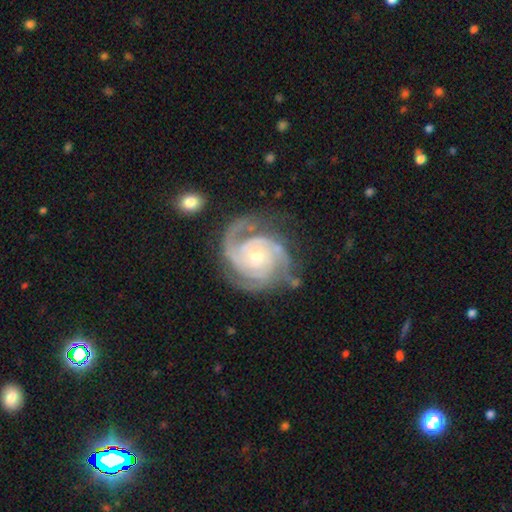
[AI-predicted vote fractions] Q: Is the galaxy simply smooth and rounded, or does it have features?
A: featured or disk — 93%.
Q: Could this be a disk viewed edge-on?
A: no — 98%.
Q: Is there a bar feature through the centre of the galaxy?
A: no — 69%.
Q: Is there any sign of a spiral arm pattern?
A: yes — 99%.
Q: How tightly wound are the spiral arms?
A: tight — 67%.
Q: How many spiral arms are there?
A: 3 — 45%.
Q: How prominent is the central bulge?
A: small — 52%.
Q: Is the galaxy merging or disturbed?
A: none — 71%.